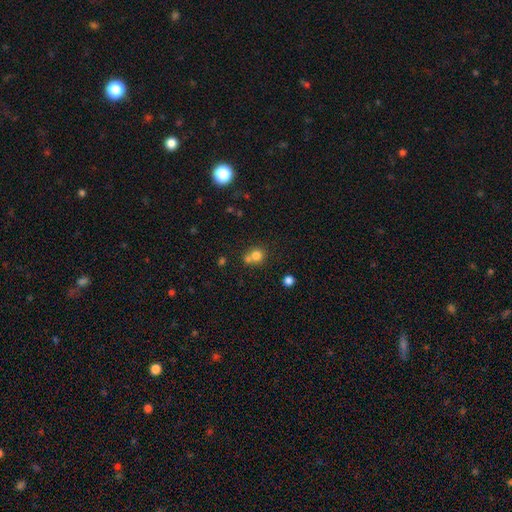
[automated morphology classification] smooth 78%, star or artifact 13%, featured or disk 10%. Down the decision tree: how rounded — round (82%); merging — none (46%).